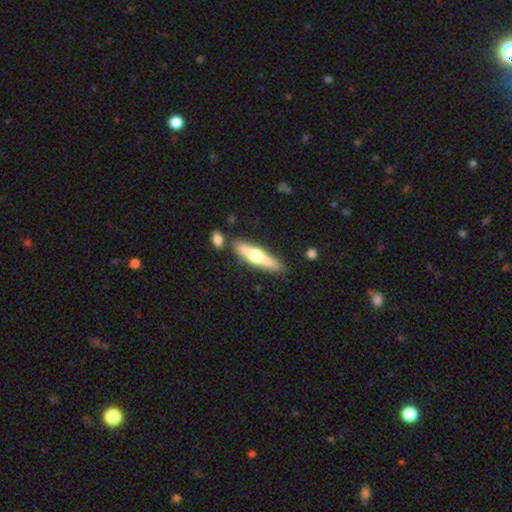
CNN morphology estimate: A featured or disk galaxy (48%). Merging: none (78%).